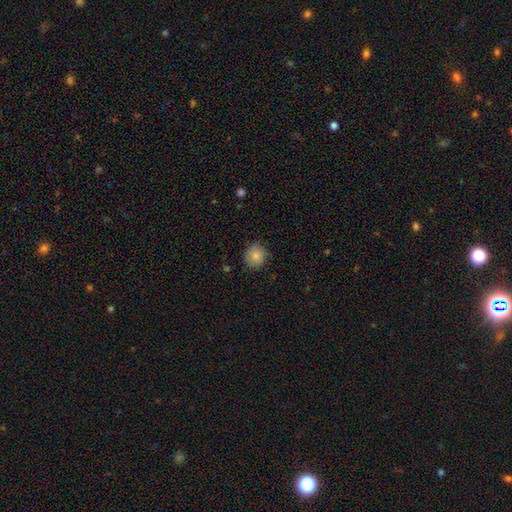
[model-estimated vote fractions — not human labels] The model was most divided on "merging": none: 83%, minor disturbance: 13%, major disturbance: 3%, merger: 1%. More confident: how rounded — round (89%); smooth or featured — smooth (85%).